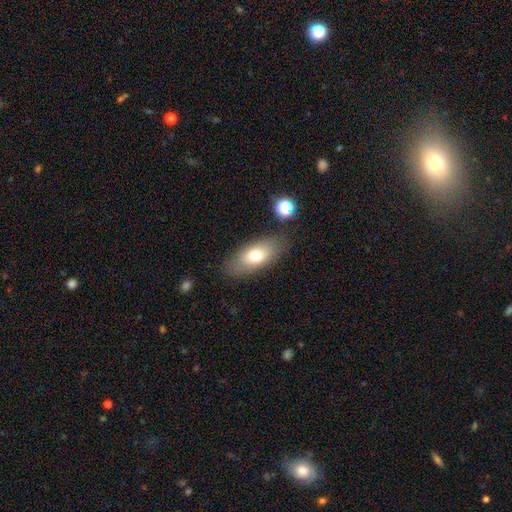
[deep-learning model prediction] A smooth galaxy with no disk features (71%) that is in between round and cigar-shaped (84%). Merging: none (82%).